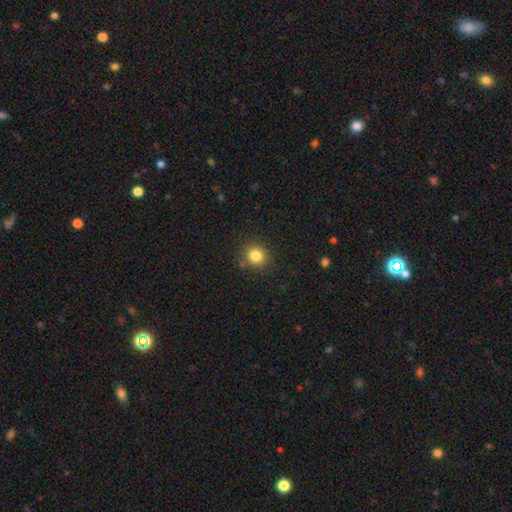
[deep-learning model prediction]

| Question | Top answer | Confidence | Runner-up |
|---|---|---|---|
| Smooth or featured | smooth | 83% | star or artifact (12%) |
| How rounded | round | 84% | in between (15%) |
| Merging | none | 85% | minor disturbance (10%) |